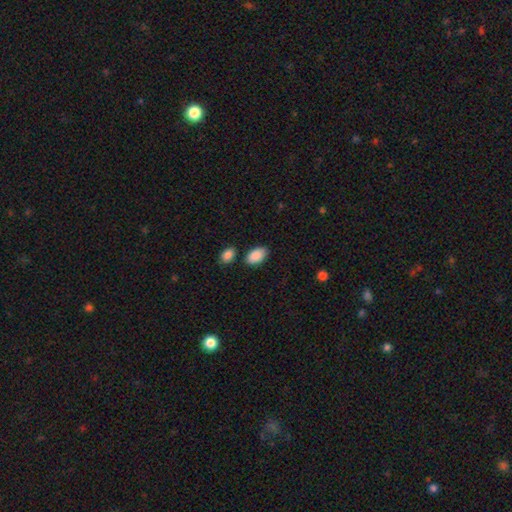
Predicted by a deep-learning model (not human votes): Q: Smooth or featured?
A: smooth (89%); runner-up: star or artifact (7%)
Q: How rounded?
A: in between (94%); runner-up: round (5%)
Q: Merging?
A: none (79%); runner-up: minor disturbance (12%)